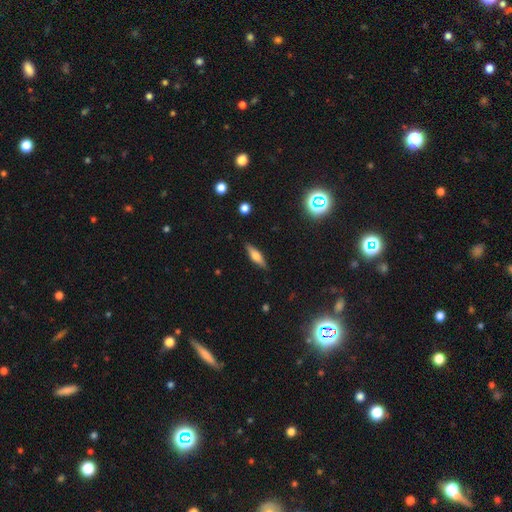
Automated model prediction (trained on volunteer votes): Smooth or featured? smooth (54%)
How rounded? cigar-shaped (60%)
Merging? none (86%)